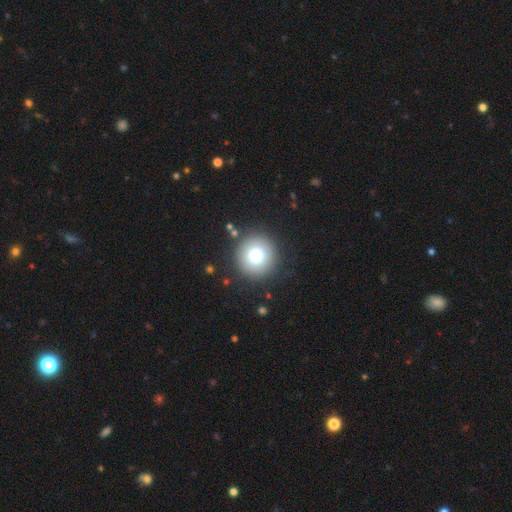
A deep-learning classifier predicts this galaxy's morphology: Smooth or featured?
  - smooth: 75% *
  - featured or disk: 13%
  - star or artifact: 12%
How rounded?
  - round: 96% *
  - in between: 3%
  - cigar-shaped: 1%
Merging?
  - none: 90% *
  - minor disturbance: 6%
  - major disturbance: 3%
  - merger: 2%